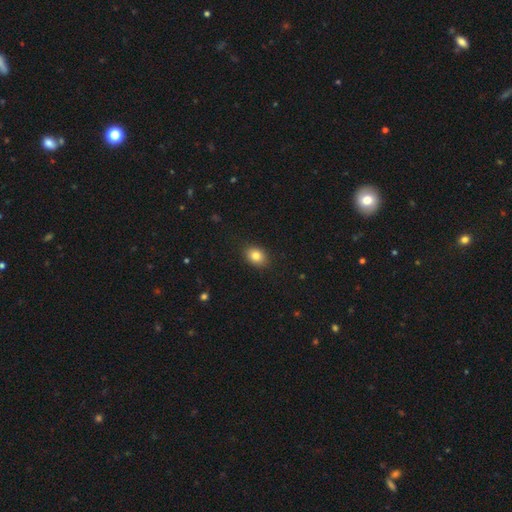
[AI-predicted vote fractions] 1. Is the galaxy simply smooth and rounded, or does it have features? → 84% smooth, 9% star or artifact, 7% featured or disk.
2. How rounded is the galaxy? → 67% in between, 32% round, 1% cigar-shaped.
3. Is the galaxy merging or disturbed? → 87% none, 10% minor disturbance, 2% major disturbance, 1% merger.